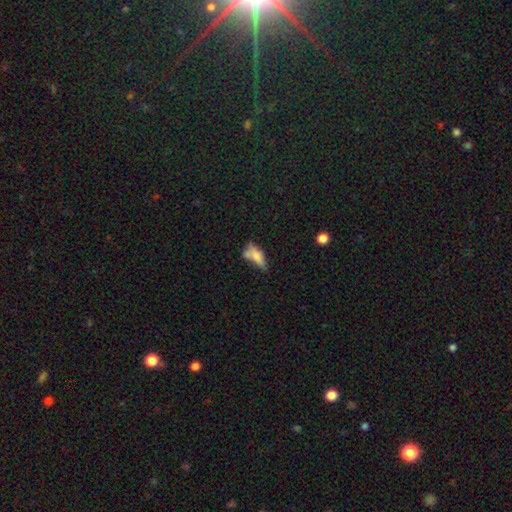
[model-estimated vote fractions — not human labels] Q: Smooth or featured?
A: smooth (64%); runner-up: featured or disk (25%)
Q: How rounded?
A: in between (67%); runner-up: cigar-shaped (29%)
Q: Merging?
A: none (34%); runner-up: merger (26%)